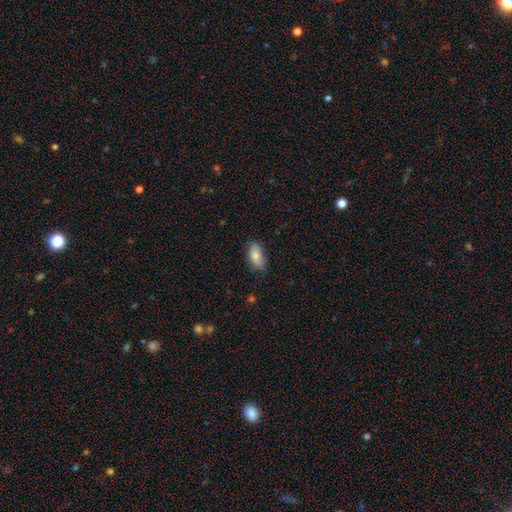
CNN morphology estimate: A smooth galaxy with no disk features (82%) that is in between round and cigar-shaped (90%). Merging: none (72%).